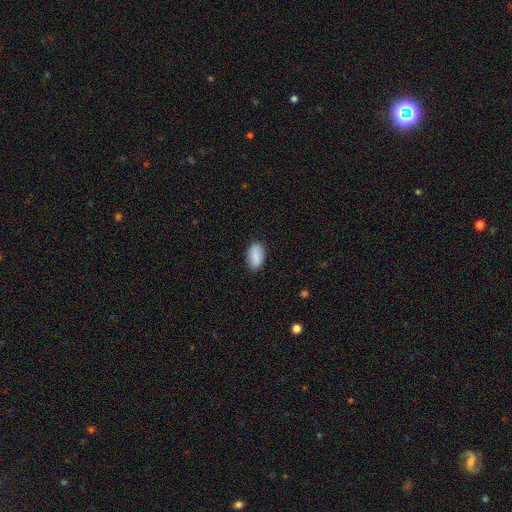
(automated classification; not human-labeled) The model was most divided on "merging": none: 86%, minor disturbance: 11%, major disturbance: 2%, merger: 1%. More confident: how rounded — in between (94%); smooth or featured — smooth (87%).